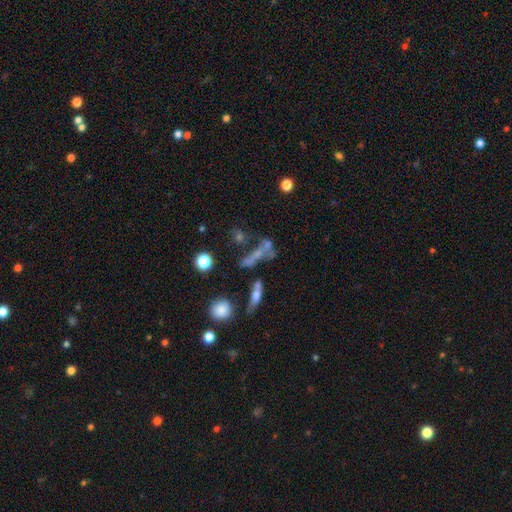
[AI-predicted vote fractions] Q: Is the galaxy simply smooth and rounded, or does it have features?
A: smooth — 40%.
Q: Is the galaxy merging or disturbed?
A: none — 42%.